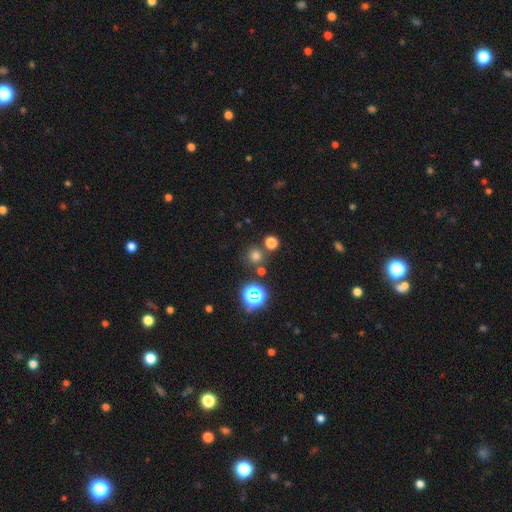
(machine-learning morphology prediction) smooth 66%, star or artifact 27%, featured or disk 6%. Down the decision tree: how rounded — round (93%); merging — none (78%).